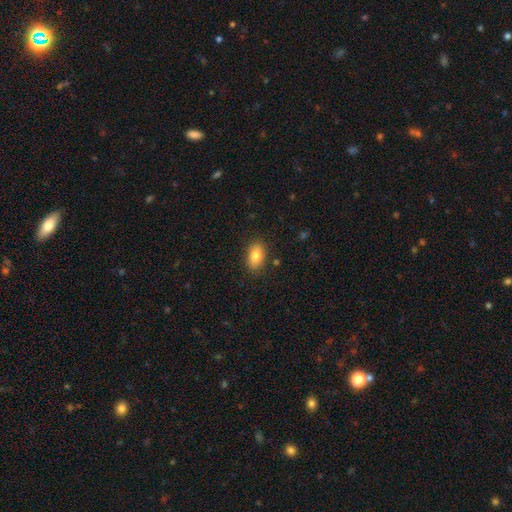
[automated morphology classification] The model was most divided on "smooth or featured": smooth: 83%, featured or disk: 10%, star or artifact: 8%. More confident: how rounded — in between (90%); merging — none (86%).